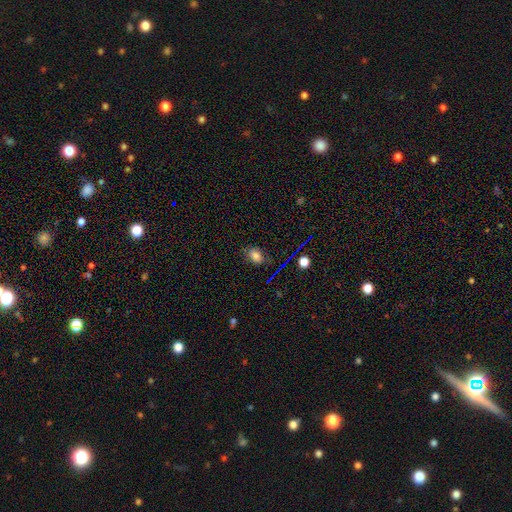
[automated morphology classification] This is likely a smooth galaxy (73%). How rounded: likely in between (79%). Merging: likely none (72%).